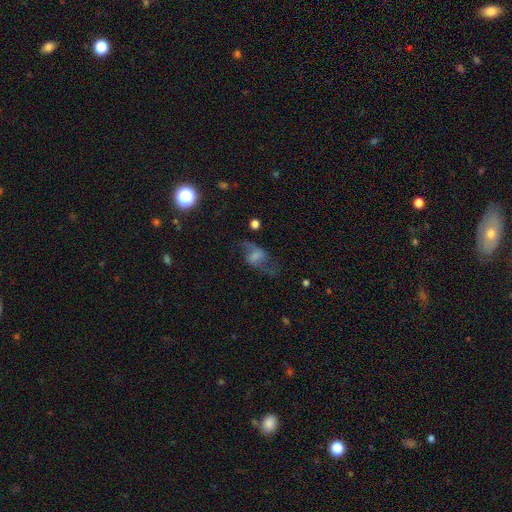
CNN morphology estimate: featured or disk 59%, smooth 29%, star or artifact 13%. Down the decision tree: edge-on disk — no (95%); bar — weak (46%); spiral arms — yes (81%); bulge size — small (32%); merging — none (53%).